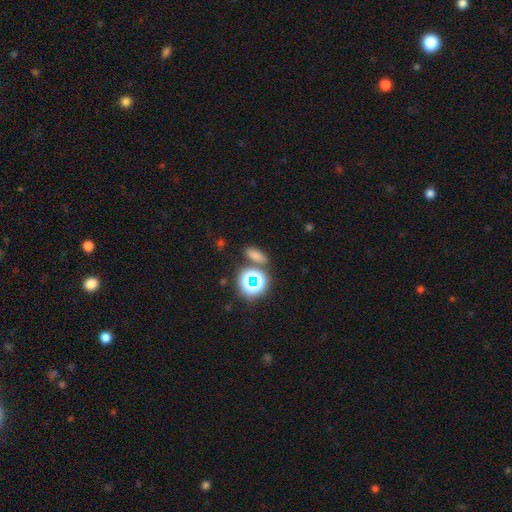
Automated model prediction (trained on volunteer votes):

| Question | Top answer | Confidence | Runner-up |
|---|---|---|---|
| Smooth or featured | smooth | 66% | star or artifact (27%) |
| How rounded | in between | 73% | round (18%) |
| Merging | none | 77% | minor disturbance (10%) |